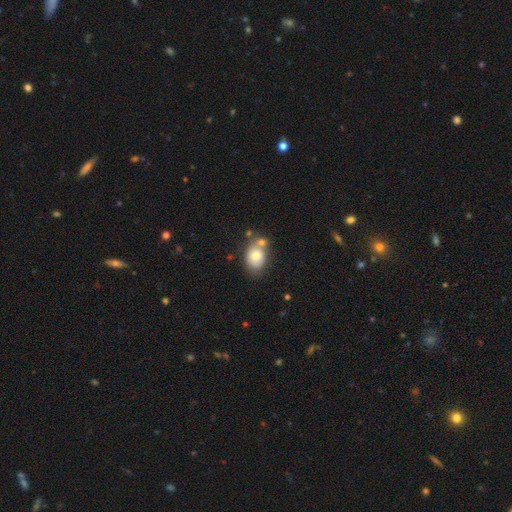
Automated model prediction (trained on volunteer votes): Smooth or featured?
  - smooth: 73% *
  - featured or disk: 18%
  - star or artifact: 8%
How rounded?
  - in between: 65% *
  - round: 34%
  - cigar-shaped: 1%
Merging?
  - none: 50% *
  - merger: 27%
  - minor disturbance: 18%
  - major disturbance: 6%